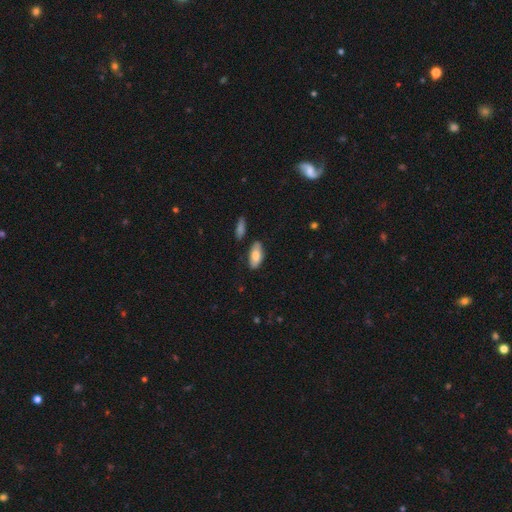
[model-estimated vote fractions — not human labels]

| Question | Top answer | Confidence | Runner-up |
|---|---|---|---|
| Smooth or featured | smooth | 79% | featured or disk (15%) |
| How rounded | in between | 89% | cigar-shaped (9%) |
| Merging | none | 76% | minor disturbance (16%) |